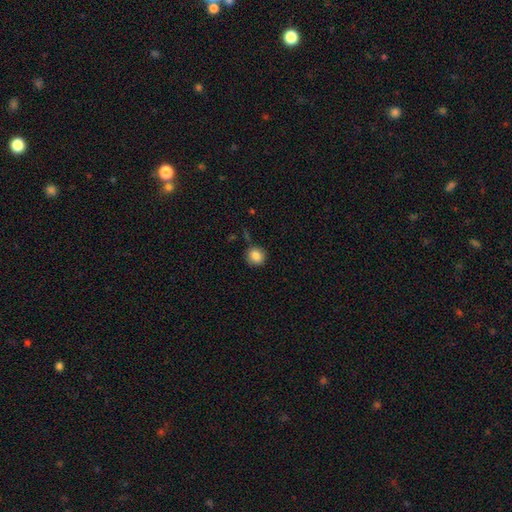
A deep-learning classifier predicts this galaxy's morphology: Smooth or featured? smooth (86%)
How rounded? round (88%)
Merging? none (80%)